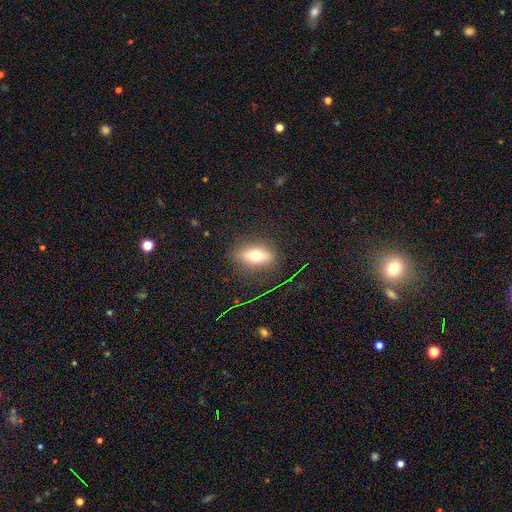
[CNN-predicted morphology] smooth-or-featured: smooth: 63% | featured or disk: 22% | star or artifact: 14%
  how-rounded: in between: 70% | cigar-shaped: 16% | round: 14%
  merging: none: 83% | minor disturbance: 11% | major disturbance: 4% | merger: 1%